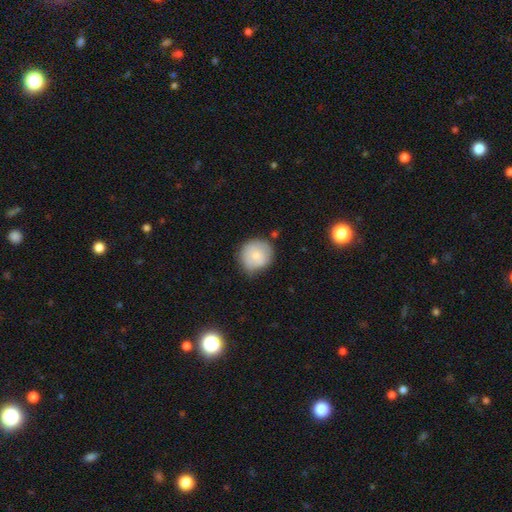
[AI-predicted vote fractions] smooth 75%, featured or disk 18%, star or artifact 7%. Down the decision tree: how rounded — round (89%); merging — none (60%).